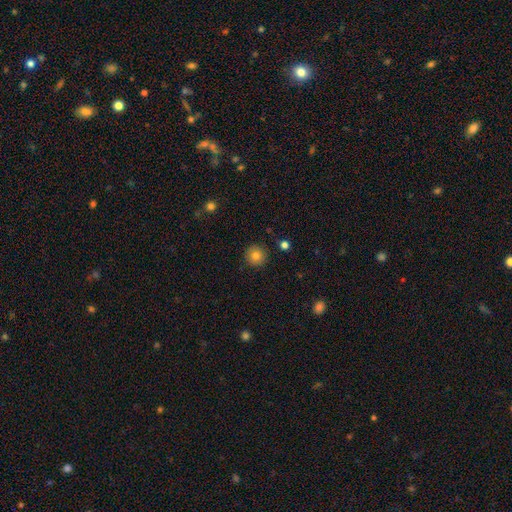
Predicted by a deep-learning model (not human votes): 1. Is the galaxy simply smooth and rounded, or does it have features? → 81% smooth, 11% star or artifact, 8% featured or disk.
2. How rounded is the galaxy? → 95% round, 4% in between, 1% cigar-shaped.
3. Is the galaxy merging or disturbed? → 91% none, 6% minor disturbance, 2% major disturbance, 1% merger.